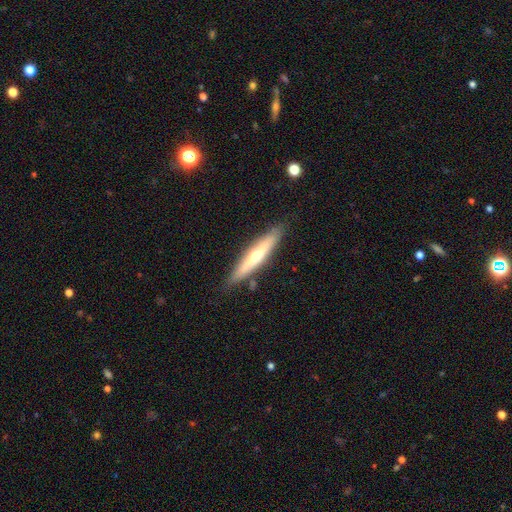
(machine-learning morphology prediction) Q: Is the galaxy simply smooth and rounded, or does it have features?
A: featured or disk — 54%.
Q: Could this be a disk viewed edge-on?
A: yes — 91%.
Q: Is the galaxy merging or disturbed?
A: none — 86%.